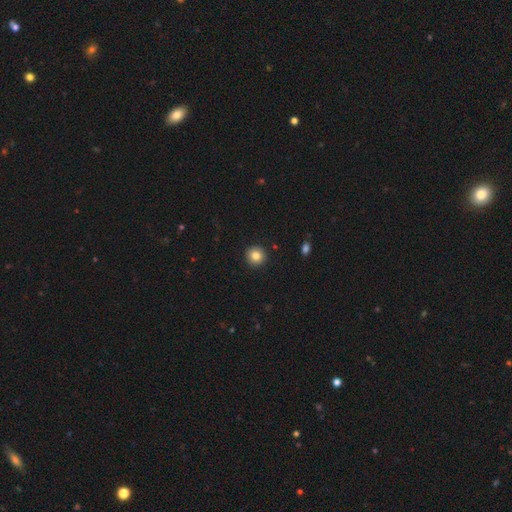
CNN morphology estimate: This is clearly a smooth galaxy (84%). How rounded: clearly round (94%). Merging: clearly none (93%).